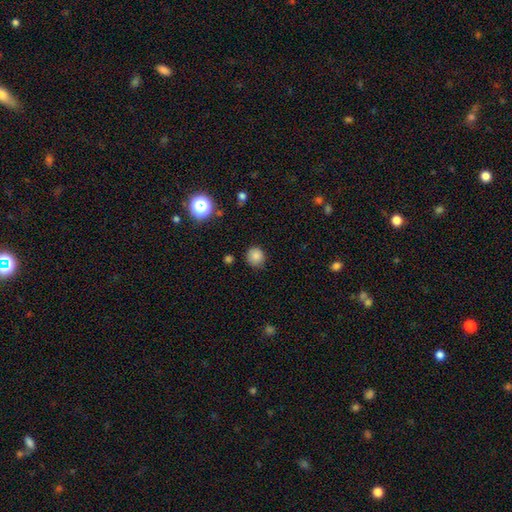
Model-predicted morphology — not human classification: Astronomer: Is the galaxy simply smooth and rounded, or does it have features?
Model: smooth — 83%.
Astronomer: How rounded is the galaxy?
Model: round — 90%.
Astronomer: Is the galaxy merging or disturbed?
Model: none — 83%.